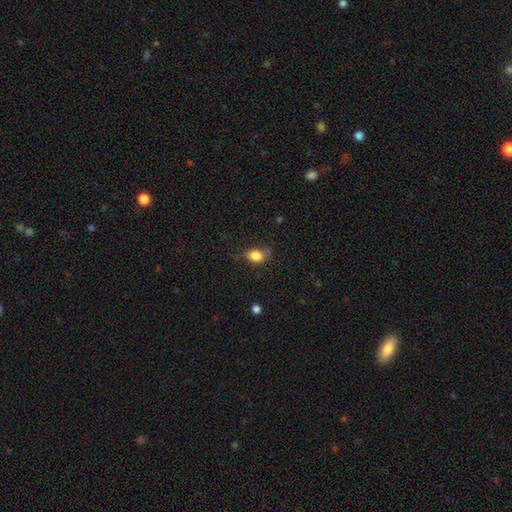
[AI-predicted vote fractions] This is clearly a smooth galaxy (84%). How rounded: likely in between (63%). Merging: likely none (62%).